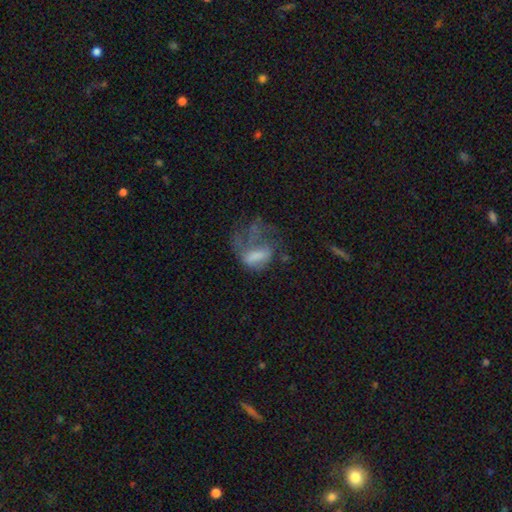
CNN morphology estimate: This is marginally a featured or disk galaxy (43%). Merging: possibly major disturbance (56%).